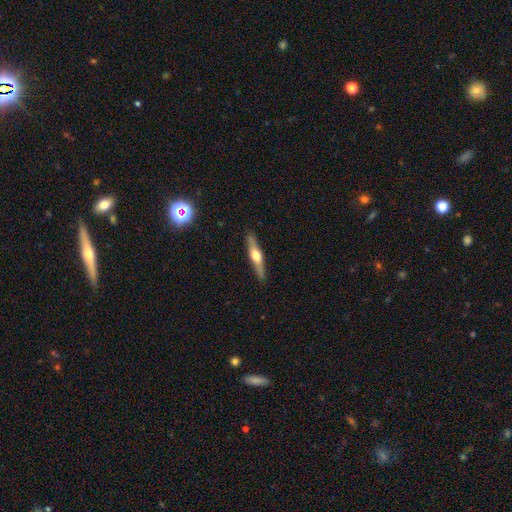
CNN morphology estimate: Overall: featured or disk (62%; smooth 32%). Edge-on disk: yes (95%). Edge-on bulge: rounded (93%). Merging: none (89%).